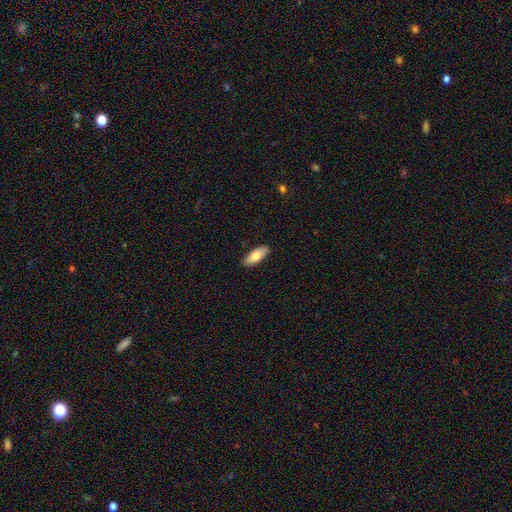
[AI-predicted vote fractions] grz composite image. It shows a smooth galaxy with no disk features (80%) that is in between round and cigar-shaped (79%). Merging: none (89%).